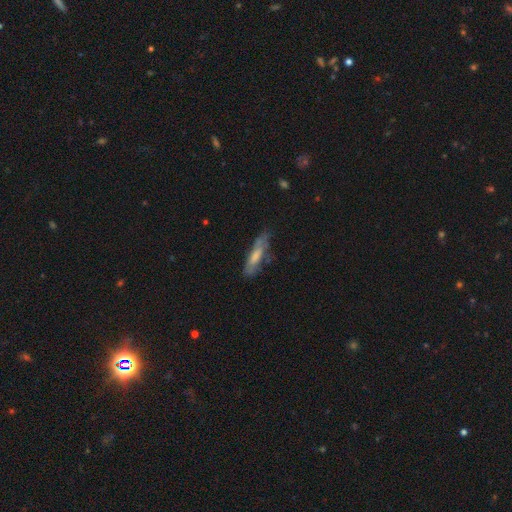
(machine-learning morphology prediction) This appears to be a smooth galaxy with no disk features (55%) that is cigar-shaped (71%). Merging: none (60%).